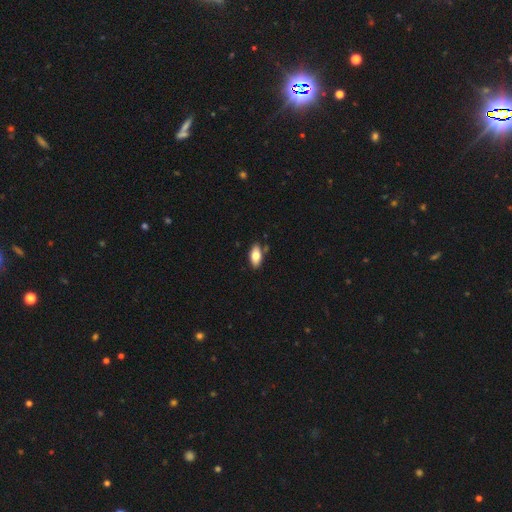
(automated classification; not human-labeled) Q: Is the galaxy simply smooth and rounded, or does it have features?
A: smooth — 76%.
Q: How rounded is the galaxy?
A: in between — 90%.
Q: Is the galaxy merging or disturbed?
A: none — 83%.